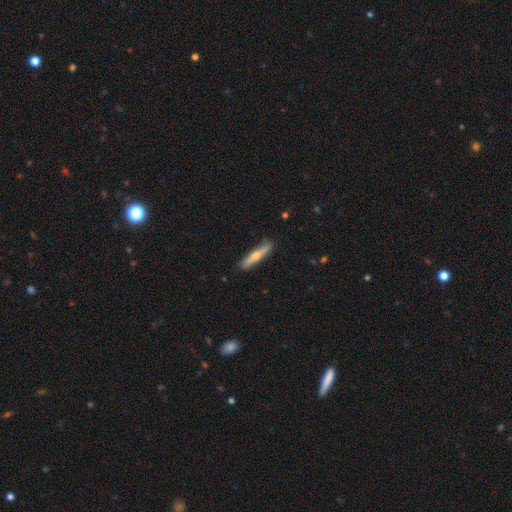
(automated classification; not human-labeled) featured or disk 54%, smooth 41%, star or artifact 6%. Down the decision tree: edge-on disk — yes (90%); merging — none (86%).